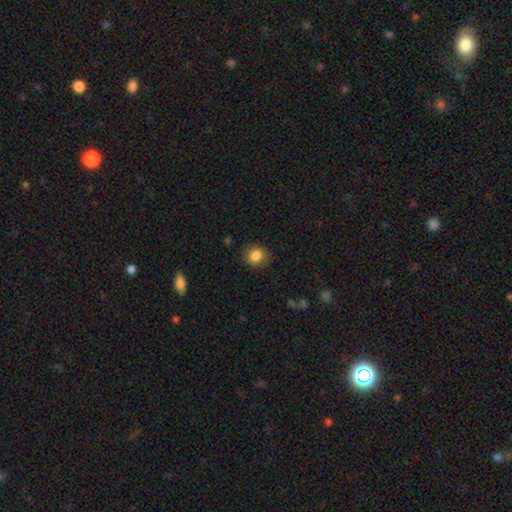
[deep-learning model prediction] smooth-or-featured: smooth: 85% | star or artifact: 9% | featured or disk: 5%
  how-rounded: round: 83% | in between: 16% | cigar-shaped: 1%
  merging: none: 85% | minor disturbance: 11% | major disturbance: 3% | merger: 1%